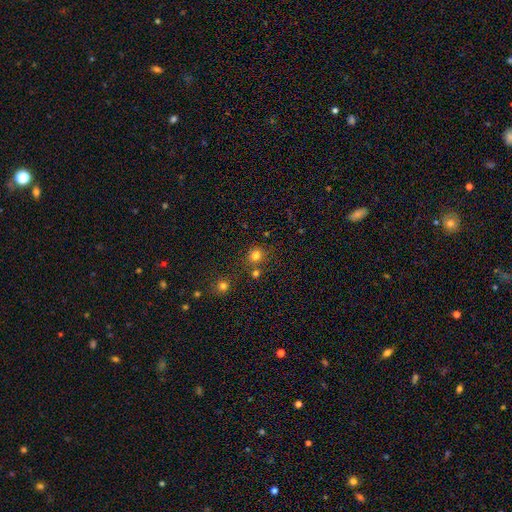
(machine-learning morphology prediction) This appears to be a smooth galaxy with no disk features (77%) that is round (82%). Merging: none (68%).